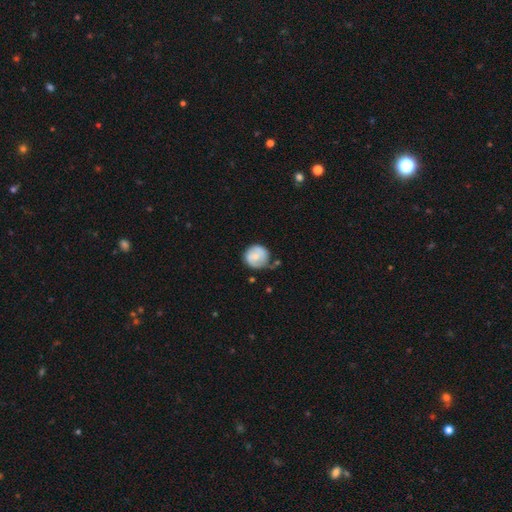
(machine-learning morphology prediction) Overall: smooth (58%; featured or disk 35%). How rounded: round (87%). Merging: none (53%; minor disturbance 30%).